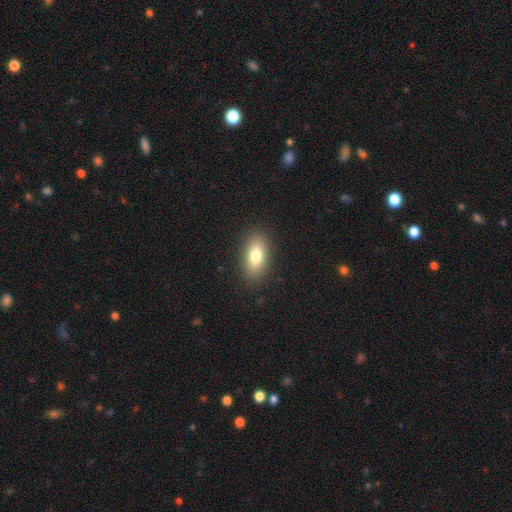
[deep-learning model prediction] smooth-or-featured: smooth: 79% | featured or disk: 13% | star or artifact: 8%
  how-rounded: in between: 84% | cigar-shaped: 11% | round: 5%
  merging: none: 87% | minor disturbance: 9% | major disturbance: 3% | merger: 1%